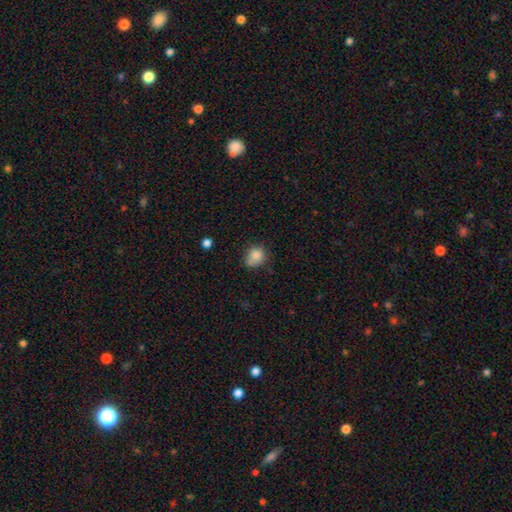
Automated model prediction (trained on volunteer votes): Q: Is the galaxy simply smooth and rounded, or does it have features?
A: smooth — 83%.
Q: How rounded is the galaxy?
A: round — 69%.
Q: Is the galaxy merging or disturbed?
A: none — 55%.